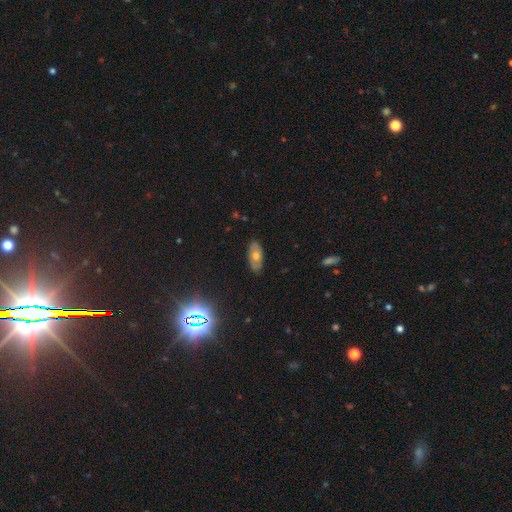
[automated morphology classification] smooth_or_featured: smooth (p=0.46) [alt: featured or disk p=0.40]
merging: none (p=0.84) [alt: minor disturbance p=0.13]